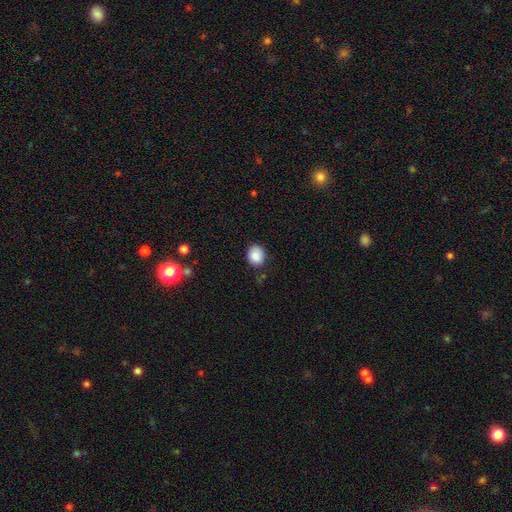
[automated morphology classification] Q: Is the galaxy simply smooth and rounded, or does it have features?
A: smooth — 86%.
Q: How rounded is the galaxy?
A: round — 68%.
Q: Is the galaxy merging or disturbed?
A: none — 78%.